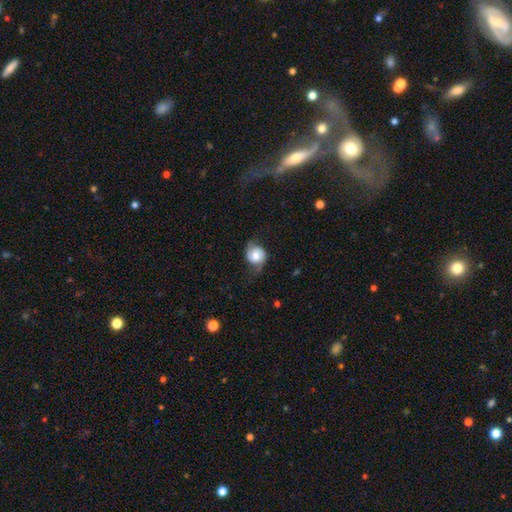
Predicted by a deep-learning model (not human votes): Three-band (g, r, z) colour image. It shows a featured or disk galaxy (56%) with no bar (73%), spiral arms (86%) and a moderate central bulge (65%). Merging: none (59%).